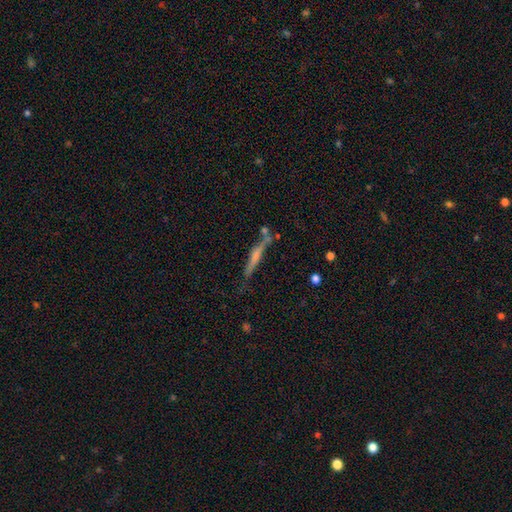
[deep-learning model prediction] Overall: featured or disk (56%; smooth 36%). Edge-on disk: yes (95%). Edge-on bulge: rounded (49%; none 36%). Merging: none (70%).